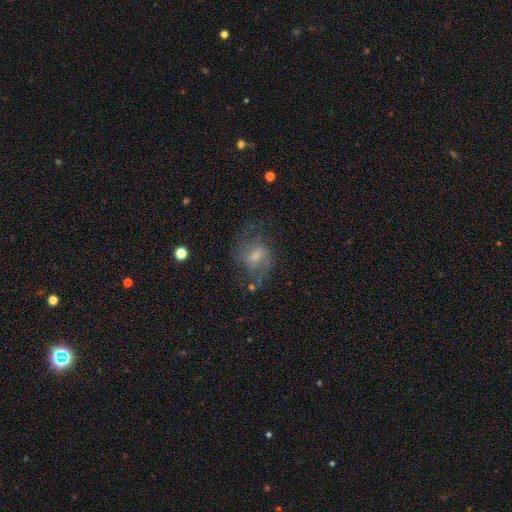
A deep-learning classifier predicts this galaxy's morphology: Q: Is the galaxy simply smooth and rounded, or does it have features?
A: featured or disk — 71%.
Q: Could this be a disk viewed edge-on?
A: no — 97%.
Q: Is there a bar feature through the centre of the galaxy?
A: weak — 56%.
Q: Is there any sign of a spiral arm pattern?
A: yes — 87%.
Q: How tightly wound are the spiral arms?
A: medium — 49%.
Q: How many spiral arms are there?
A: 2 — 72%.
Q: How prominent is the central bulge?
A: moderate — 44%.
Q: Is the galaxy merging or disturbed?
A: none — 60%.